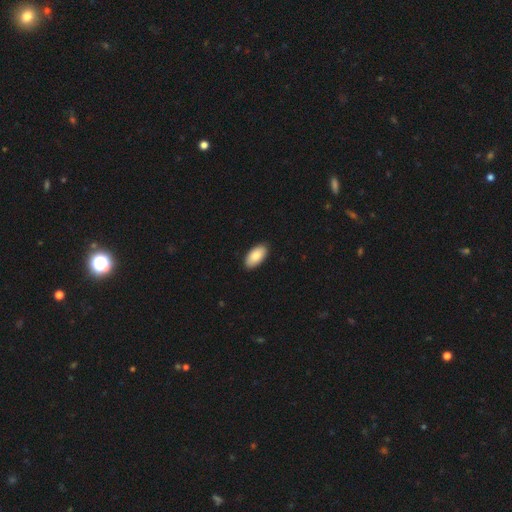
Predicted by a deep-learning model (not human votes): Morphology: type=smooth (87%); roundness=in between (95%); merging=none (90%).